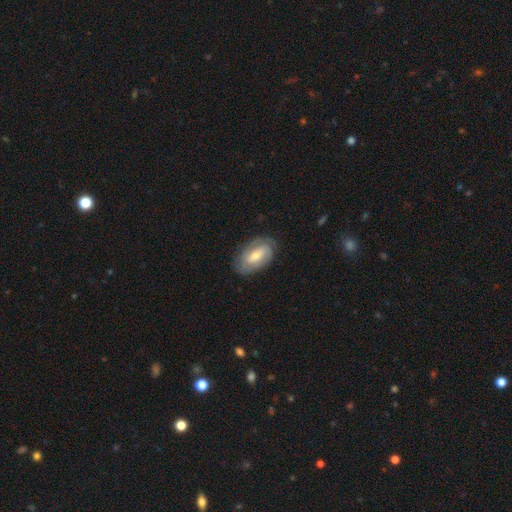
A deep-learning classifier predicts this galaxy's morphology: Overall: featured or disk (59%; smooth 35%). Edge-on disk: no (93%). Bar: weak (40%; no 38%). Spiral arms: yes (74%). Bulge size: moderate (52%; small 42%). Merging: none (78%).